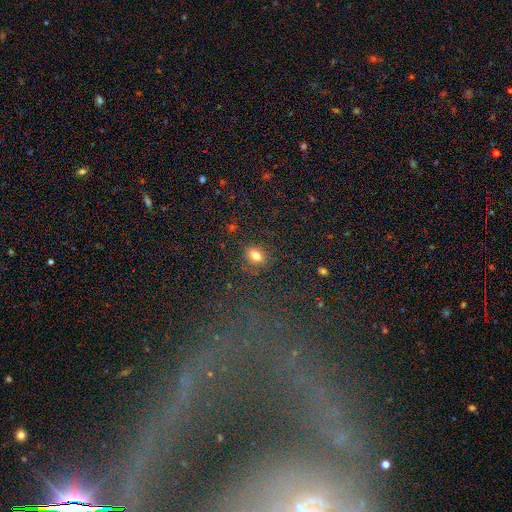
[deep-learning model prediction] Overall: smooth (77%). How rounded: in between (58%; round 40%). Merging: none (83%).